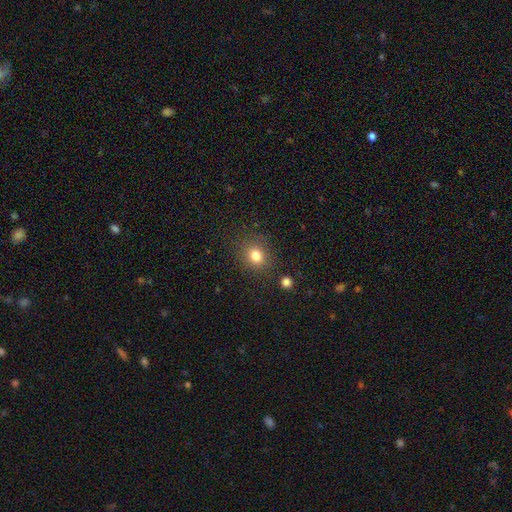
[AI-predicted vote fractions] Smooth or featured: smooth — 80% (star or artifact — 13%)
How rounded: round — 74% (in between — 25%)
Merging: none — 83% (minor disturbance — 10%)